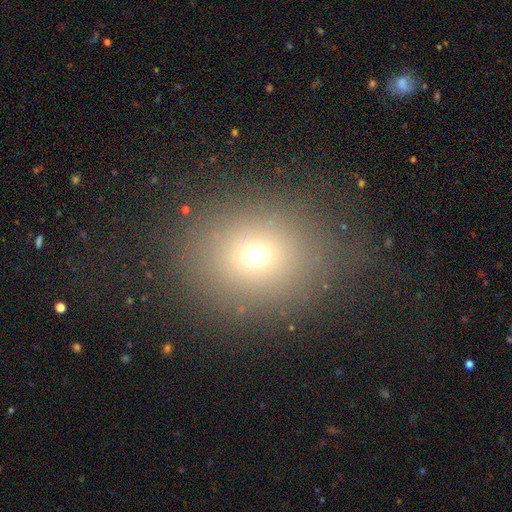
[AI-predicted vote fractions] Morphology: type=smooth (67%); roundness=round (66%); merging=none (79%).